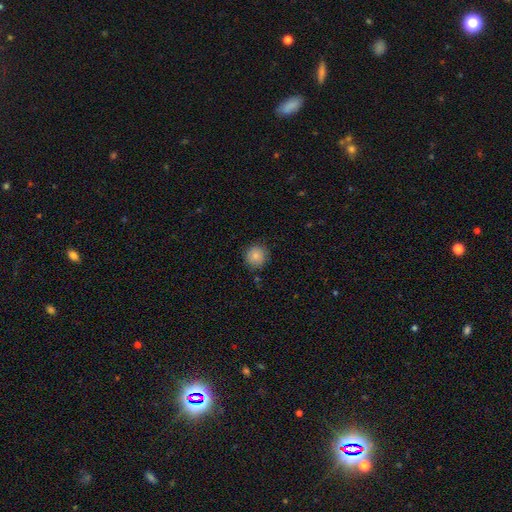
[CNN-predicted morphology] Q: Smooth or featured?
A: smooth (83%); runner-up: star or artifact (9%)
Q: How rounded?
A: round (92%); runner-up: in between (7%)
Q: Merging?
A: none (84%); runner-up: minor disturbance (12%)